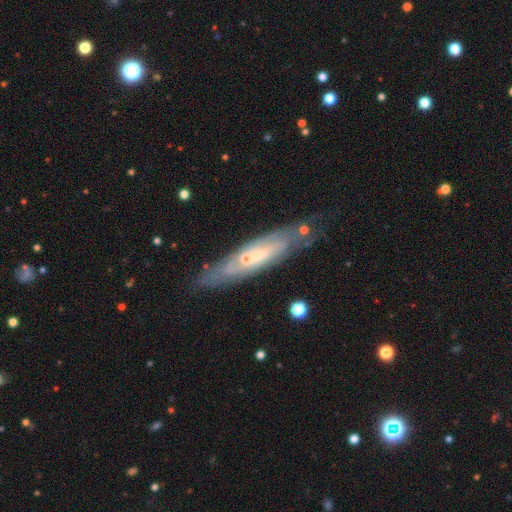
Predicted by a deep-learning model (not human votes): Overall: featured or disk (67%). Edge-on disk: no (57%; yes 43%). Merging: none (71%).